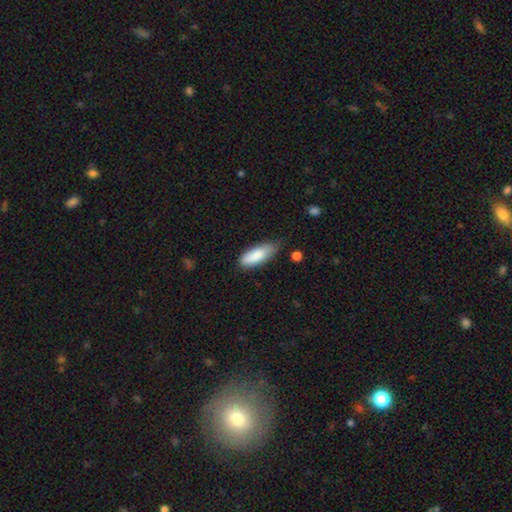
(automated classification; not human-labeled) Smooth or featured? smooth (86%)
How rounded? in between (70%)
Merging? none (65%)